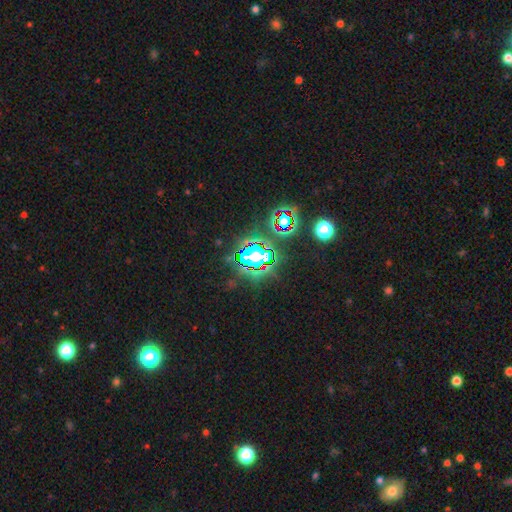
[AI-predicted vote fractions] Q: Smooth or featured?
A: star or artifact (80%); runner-up: smooth (12%)